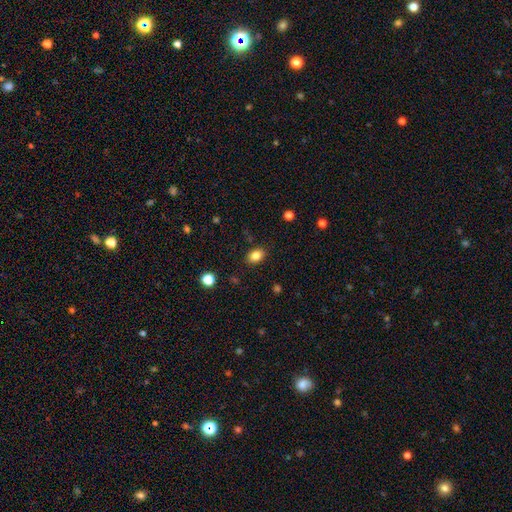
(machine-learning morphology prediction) Smooth or featured?
  - smooth: 84% *
  - star or artifact: 10%
  - featured or disk: 6%
How rounded?
  - in between: 76% *
  - round: 22%
  - cigar-shaped: 1%
Merging?
  - none: 86% *
  - minor disturbance: 10%
  - major disturbance: 3%
  - merger: 1%